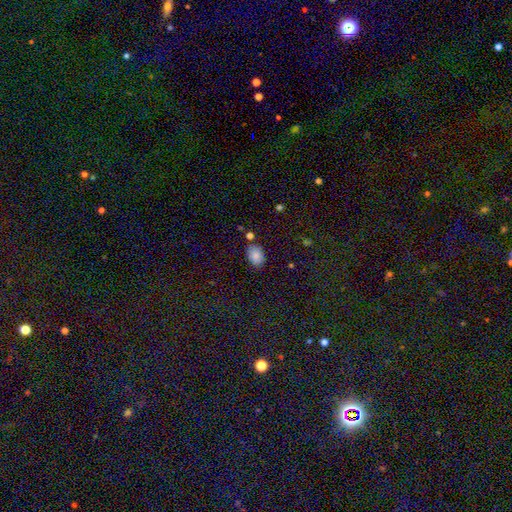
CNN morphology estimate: Q: Smooth or featured?
A: smooth (85%); runner-up: star or artifact (9%)
Q: How rounded?
A: in between (83%); runner-up: round (16%)
Q: Merging?
A: none (80%); runner-up: minor disturbance (13%)